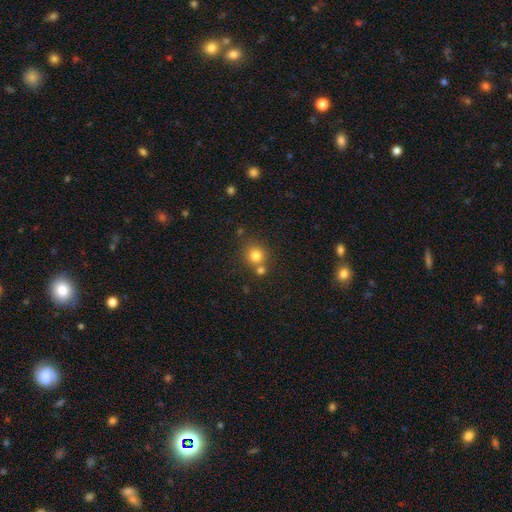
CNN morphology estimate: smooth 79%, star or artifact 13%, featured or disk 8%. Down the decision tree: how rounded — round (90%); merging — none (64%).